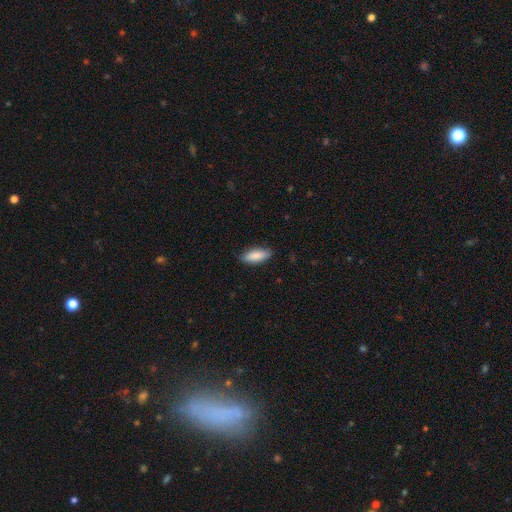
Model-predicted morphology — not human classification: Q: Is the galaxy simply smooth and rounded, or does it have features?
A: smooth — 87%.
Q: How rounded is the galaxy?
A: in between — 77%.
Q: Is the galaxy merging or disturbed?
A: none — 85%.